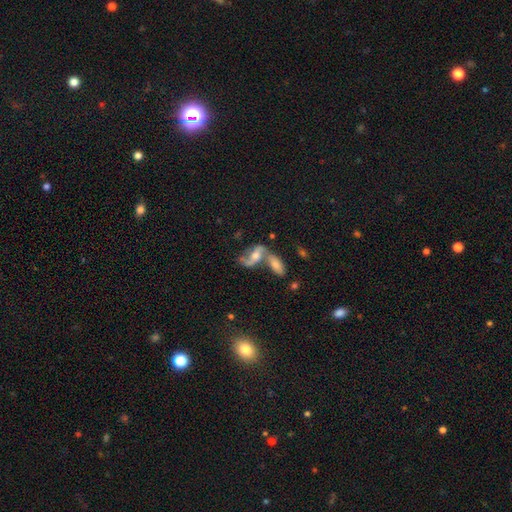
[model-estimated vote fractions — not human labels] Smooth or featured? Predicted: featured or disk (p=0.65). Edge-on disk? Predicted: no (p=0.90). Bar? Predicted: no (p=0.52). Spiral arms? Predicted: yes (p=0.84). Bulge size? Predicted: moderate (p=0.60). Merging? Predicted: merger (p=0.53).